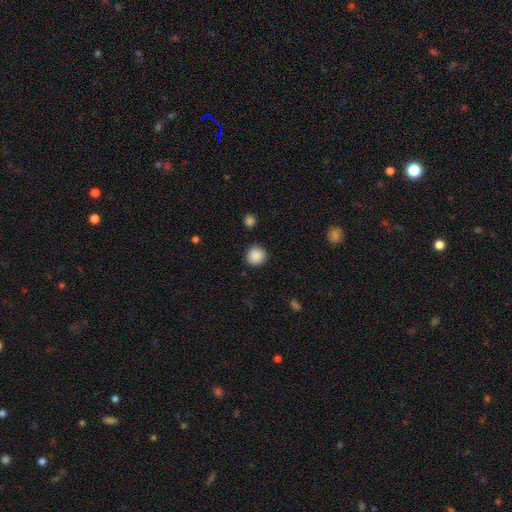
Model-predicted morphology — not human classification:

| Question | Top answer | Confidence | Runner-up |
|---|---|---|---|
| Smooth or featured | smooth | 88% | star or artifact (9%) |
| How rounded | round | 93% | in between (6%) |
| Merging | none | 90% | minor disturbance (6%) |